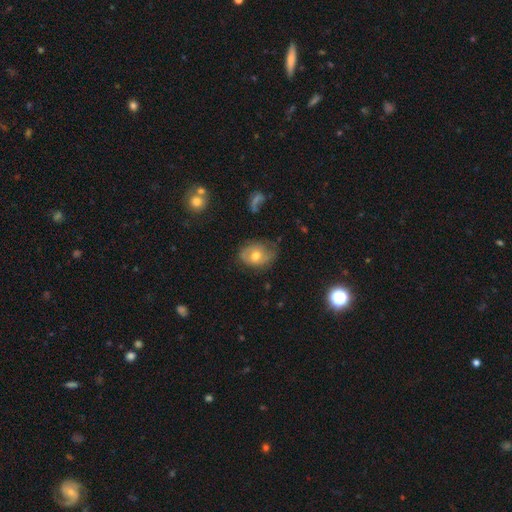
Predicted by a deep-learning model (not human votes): This appears to be a smooth galaxy with no disk features (46%). Merging: none (58%).